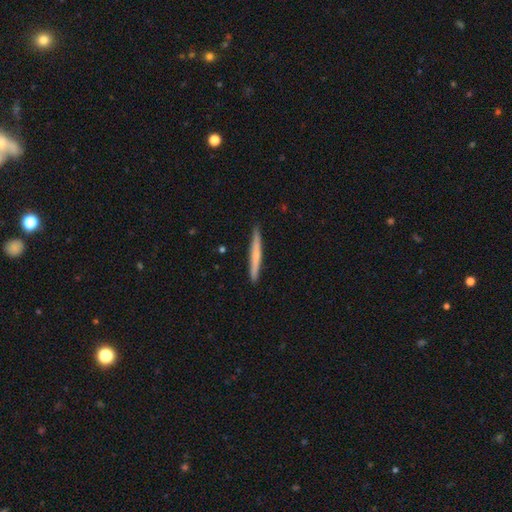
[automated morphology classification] This is possibly a smooth galaxy (52%). How rounded: clearly cigar-shaped (96%). Merging: clearly none (91%).